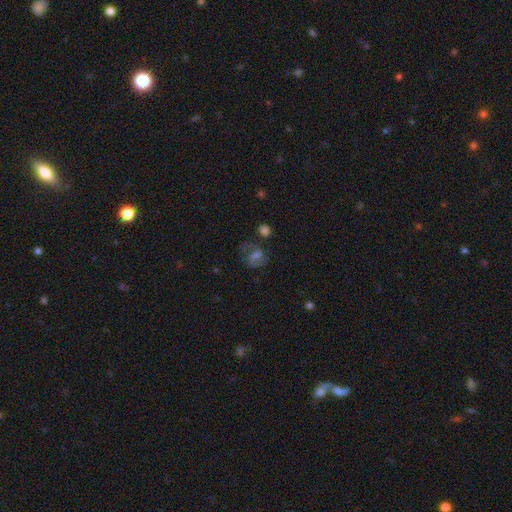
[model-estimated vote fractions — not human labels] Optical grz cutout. It shows a featured or disk galaxy (55%) with a weak bar (49%), spiral arms (81%) and a small central bulge (38%). Merging: none (62%).